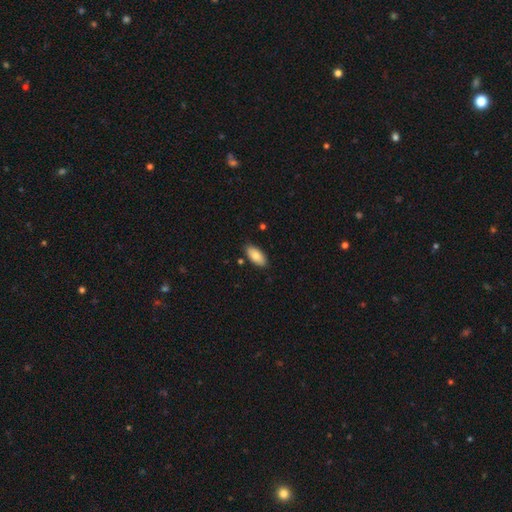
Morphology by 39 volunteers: smooth-or-featured: smooth: 97% | star or artifact: 3% | featured or disk: 0%
  how-rounded: in between: 89% | cigar-shaped: 11% | round: 0%
  merging: none: 84% | minor disturbance: 11% | major disturbance: 5% | merger: 0%